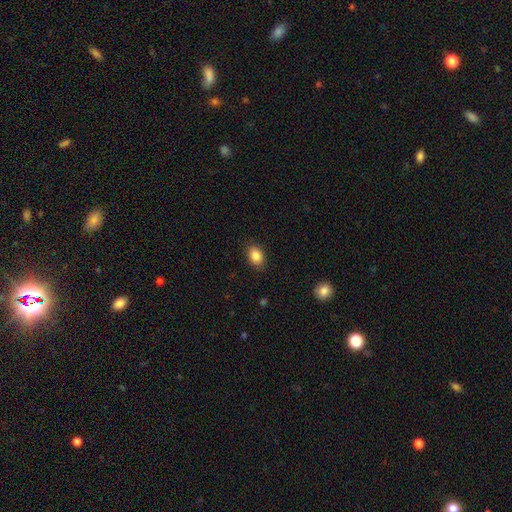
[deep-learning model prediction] Overall: smooth (87%). How rounded: in between (79%). Merging: none (85%).